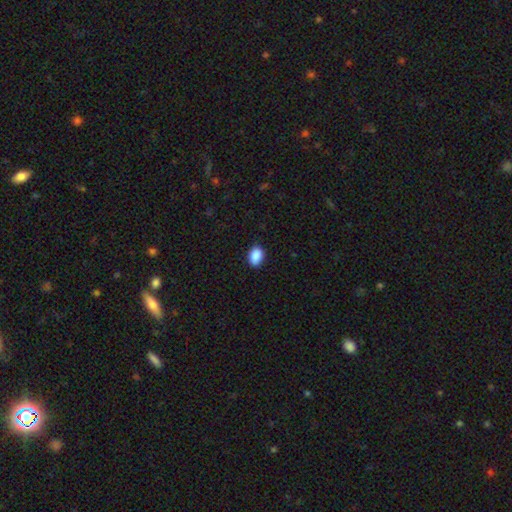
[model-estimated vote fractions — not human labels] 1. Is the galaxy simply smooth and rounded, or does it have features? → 90% smooth, 8% star or artifact, 3% featured or disk.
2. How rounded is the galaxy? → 84% in between, 15% round, 1% cigar-shaped.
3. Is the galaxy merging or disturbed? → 86% none, 11% minor disturbance, 2% major disturbance, 1% merger.